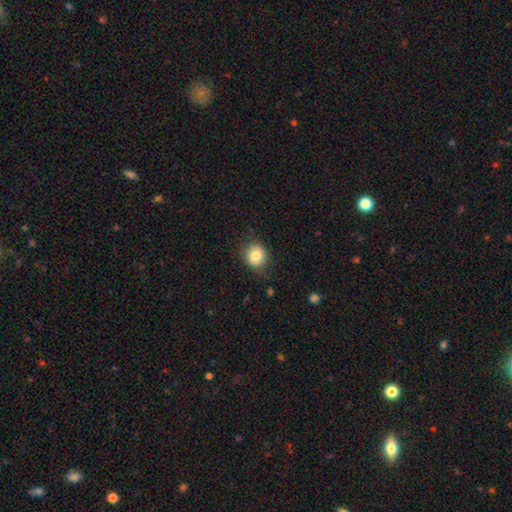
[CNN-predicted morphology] A smooth galaxy with no disk features (80%) that is round (82%).

Vote fractions:
- Smooth or featured? smooth: 80% / star or artifact: 10% / featured or disk: 10%
- How rounded? round: 82% / in between: 17% / cigar-shaped: 1%
- Merging? none: 79% / minor disturbance: 16% / major disturbance: 4% / merger: 1%